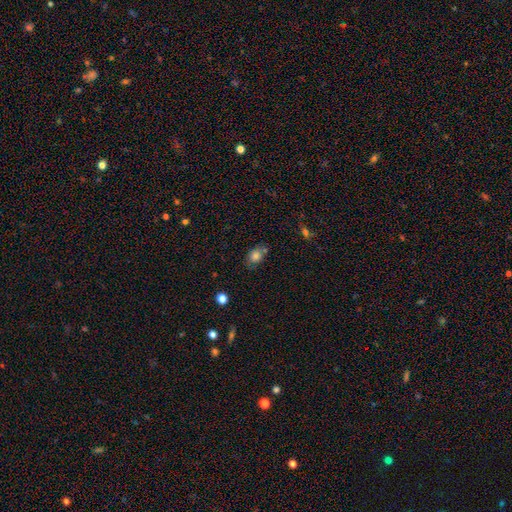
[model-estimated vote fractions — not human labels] Smooth or featured: smooth — 79% (star or artifact — 11%)
How rounded: in between — 66% (round — 32%)
Merging: none — 61% (minor disturbance — 20%)